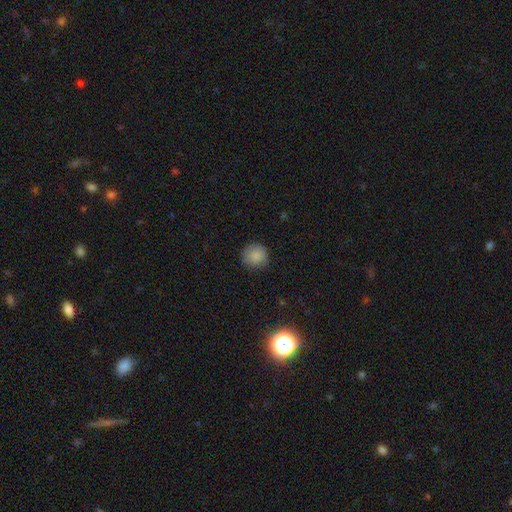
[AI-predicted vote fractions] smooth 87%, star or artifact 9%, featured or disk 4%. Down the decision tree: how rounded — round (93%); merging — none (86%).